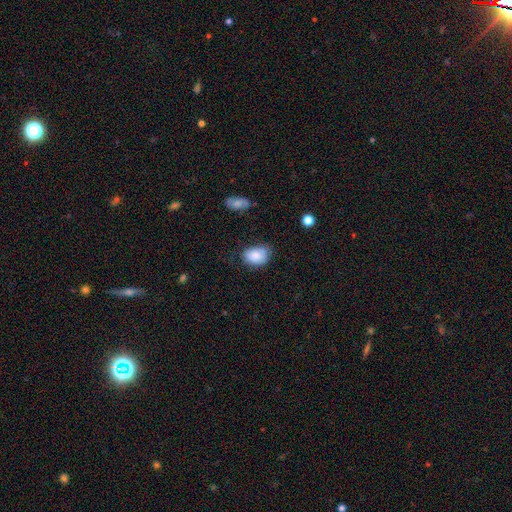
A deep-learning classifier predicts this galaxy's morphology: This is clearly a smooth galaxy (85%). How rounded: clearly in between (80%). Merging: likely none (62%).